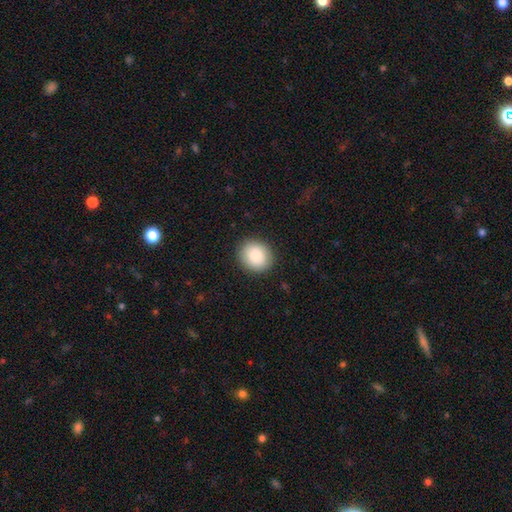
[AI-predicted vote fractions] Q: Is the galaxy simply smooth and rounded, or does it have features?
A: smooth — 87%.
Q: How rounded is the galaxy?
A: round — 76%.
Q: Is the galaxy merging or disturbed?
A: none — 89%.